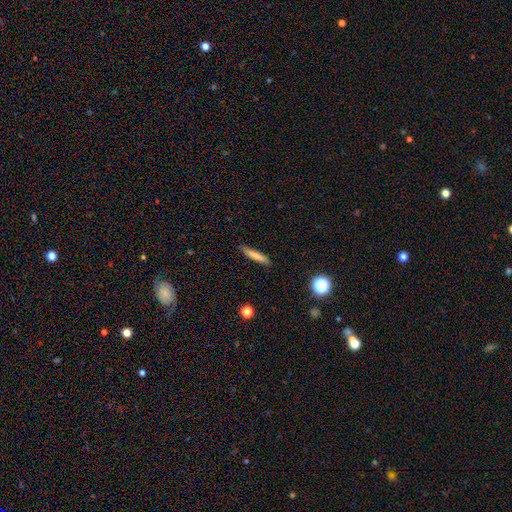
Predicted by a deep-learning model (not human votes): smooth_or_featured: smooth (p=0.77) [alt: featured or disk p=0.14]
how_rounded: cigar-shaped (p=0.90) [alt: in between p=0.08]
merging: none (p=0.84) [alt: minor disturbance p=0.12]